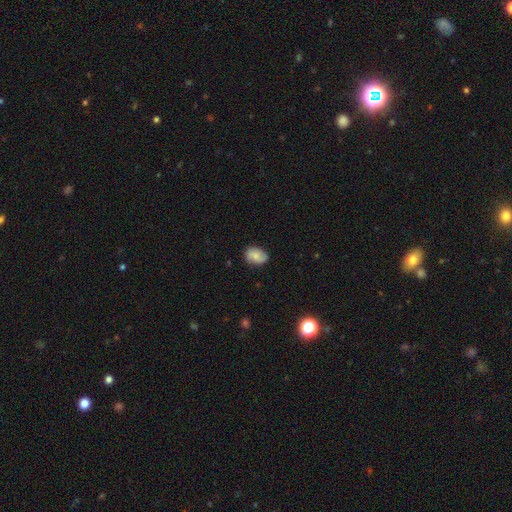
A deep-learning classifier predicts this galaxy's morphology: Smooth or featured?
  - smooth: 68% *
  - featured or disk: 24%
  - star or artifact: 8%
How rounded?
  - in between: 77% *
  - round: 22%
  - cigar-shaped: 1%
Merging?
  - none: 77% *
  - minor disturbance: 18%
  - major disturbance: 3%
  - merger: 1%